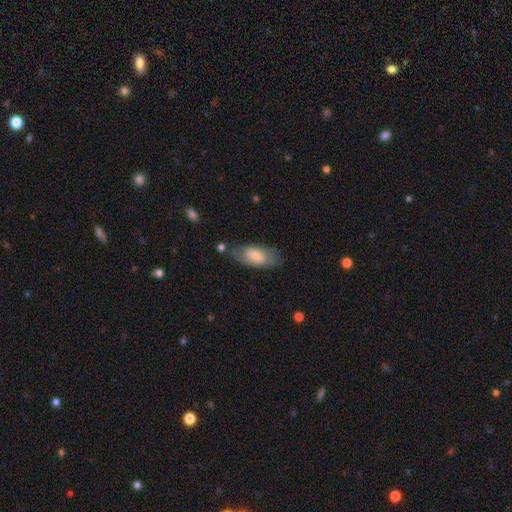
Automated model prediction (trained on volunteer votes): Smooth or featured? smooth (70%)
How rounded? in between (88%)
Merging? none (66%)